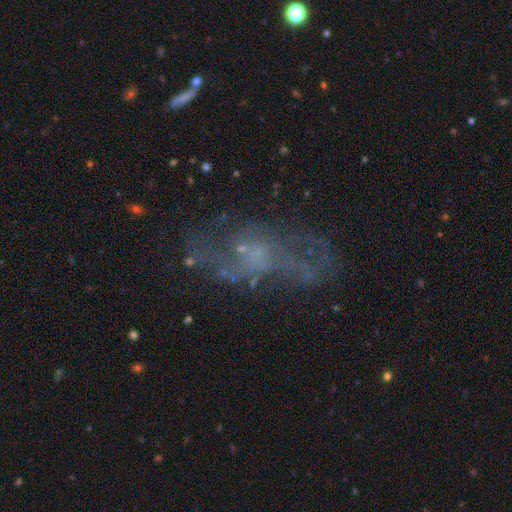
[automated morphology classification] type=featured or disk (63%); edge-on=no (92%); bar=no (74%); spiral arms=no (51%); bulge=none (52%); merging=none (55%).